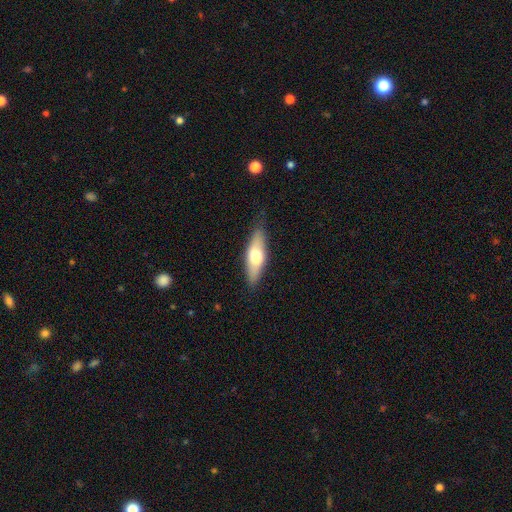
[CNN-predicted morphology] Overall: smooth (58%; featured or disk 36%). How rounded: in between (53%; cigar-shaped 45%). Merging: none (79%).